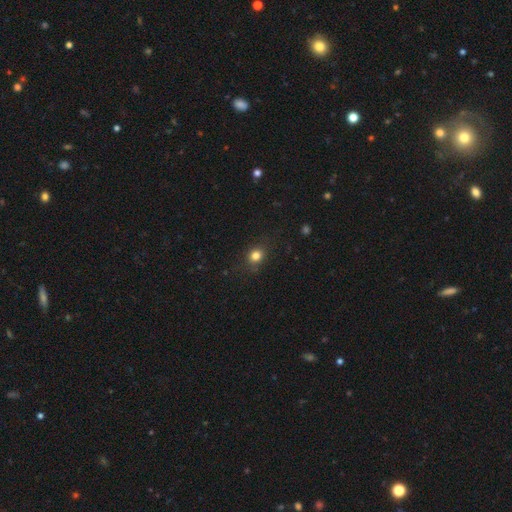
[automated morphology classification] Smooth or featured? Predicted: smooth (p=0.80). How rounded? Predicted: round (p=0.70). Merging? Predicted: none (p=0.83).